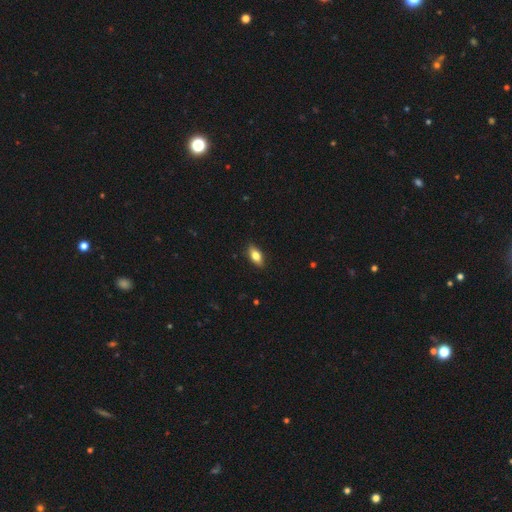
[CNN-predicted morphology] This appears to be a smooth galaxy with no disk features (76%) that is in between round and cigar-shaped (86%). Merging: none (89%).